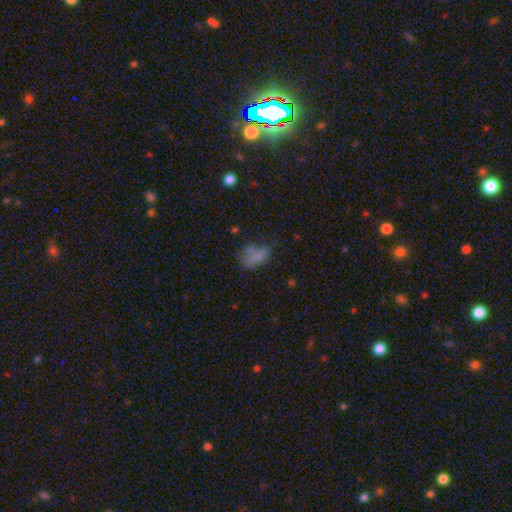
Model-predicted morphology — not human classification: Smooth or featured? Predicted: smooth (p=0.69). How rounded? Predicted: in between (p=0.84). Merging? Predicted: none (p=0.41).